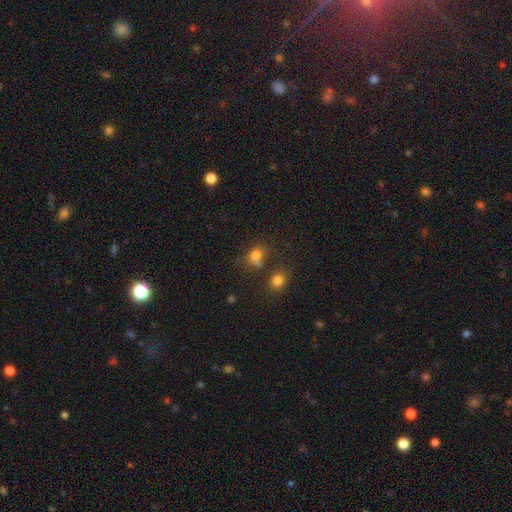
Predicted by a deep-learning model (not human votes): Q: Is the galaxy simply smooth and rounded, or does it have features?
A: smooth — 75%.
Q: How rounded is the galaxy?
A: round — 62%.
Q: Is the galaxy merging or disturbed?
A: none — 47%.